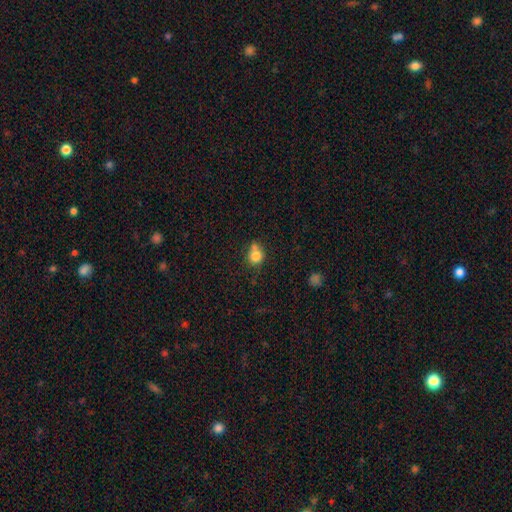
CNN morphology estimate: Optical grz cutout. It shows a smooth galaxy with no disk features (79%) that is round (71%). Merging: none (49%).